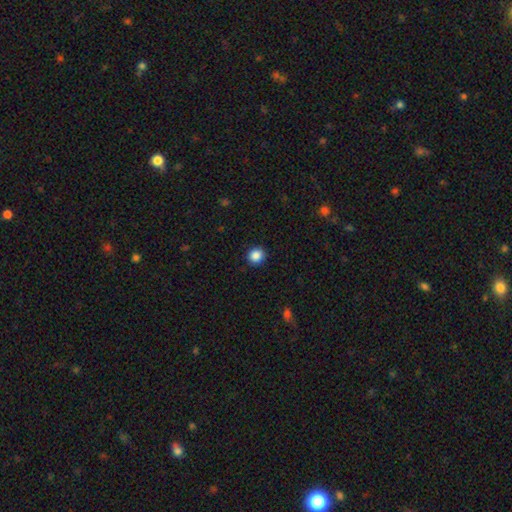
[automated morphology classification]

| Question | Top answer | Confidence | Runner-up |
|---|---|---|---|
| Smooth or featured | smooth | 87% | star or artifact (10%) |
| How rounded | round | 90% | in between (9%) |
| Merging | none | 92% | minor disturbance (5%) |